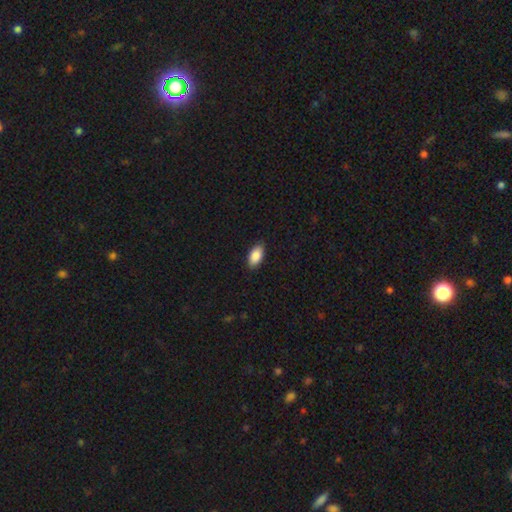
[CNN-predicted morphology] This is clearly a smooth galaxy (87%). How rounded: clearly in between (93%). Merging: clearly none (89%).